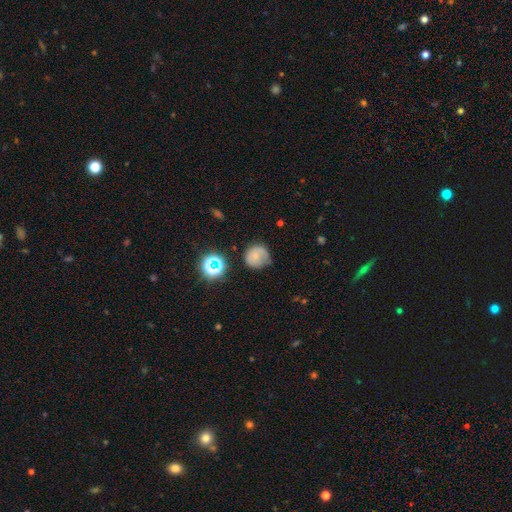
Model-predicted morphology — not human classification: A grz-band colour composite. It shows a smooth galaxy with no disk features (60%) that is round (86%). Merging: none (59%).